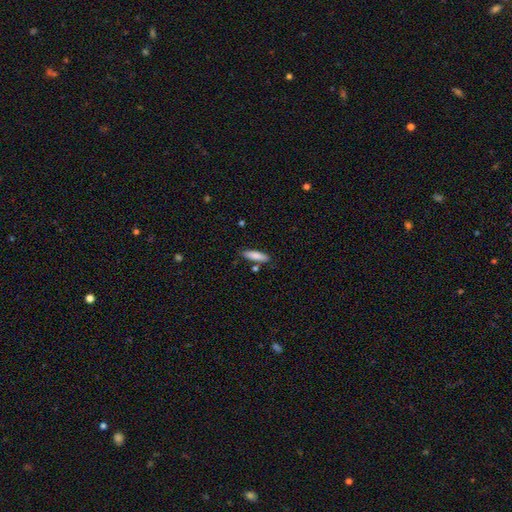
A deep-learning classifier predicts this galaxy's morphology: Smooth or featured? smooth (84%)
How rounded? cigar-shaped (63%)
Merging? none (82%)